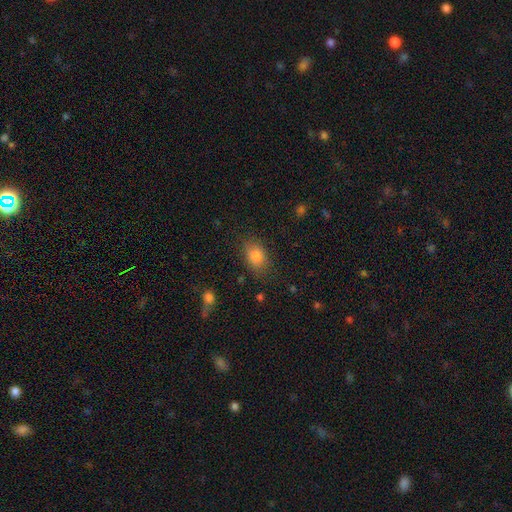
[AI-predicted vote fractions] A smooth galaxy with no disk features (83%) that is in between round and cigar-shaped (76%).

Vote fractions:
- Smooth or featured? smooth: 83% / star or artifact: 10% / featured or disk: 7%
- How rounded? in between: 76% / round: 23% / cigar-shaped: 2%
- Merging? none: 78% / minor disturbance: 15% / major disturbance: 5% / merger: 2%